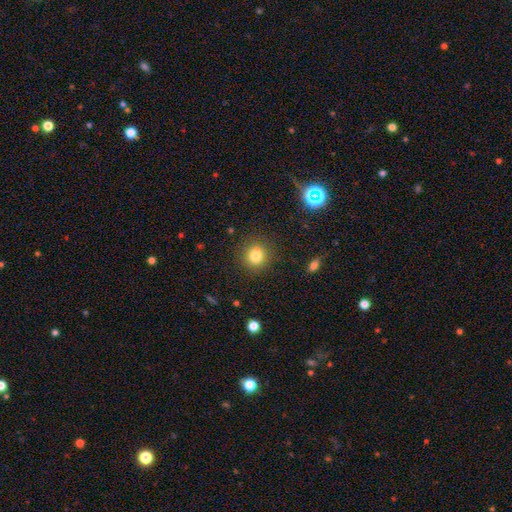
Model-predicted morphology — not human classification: smooth_or_featured: smooth (p=0.81) [alt: star or artifact p=0.12]
how_rounded: round (p=0.85) [alt: in between p=0.14]
merging: none (p=0.87) [alt: minor disturbance p=0.09]